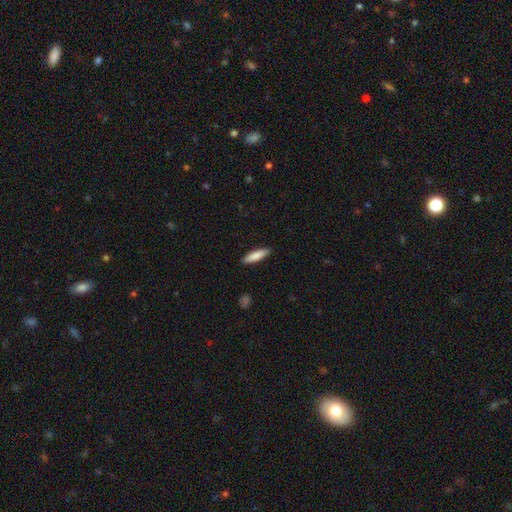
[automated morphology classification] Smooth or featured: smooth — 82% (featured or disk — 13%)
How rounded: cigar-shaped — 75% (in between — 23%)
Merging: none — 90% (minor disturbance — 7%)